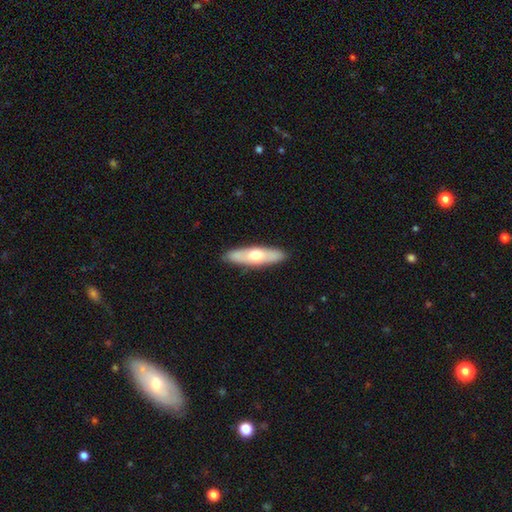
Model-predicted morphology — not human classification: A smooth galaxy with no disk features (48%). Merging: none (89%).